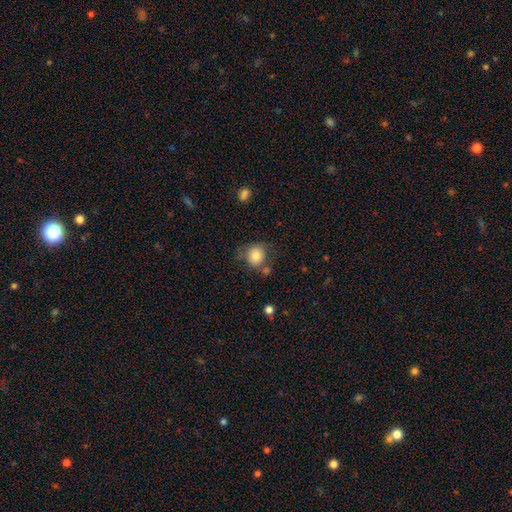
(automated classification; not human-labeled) Smooth or featured? Predicted: smooth (p=0.80). How rounded? Predicted: round (p=0.83). Merging? Predicted: none (p=0.63).